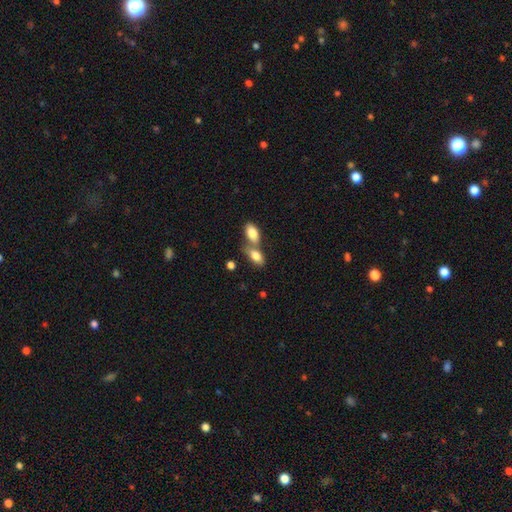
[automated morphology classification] Smooth or featured? smooth (81%)
How rounded? in between (90%)
Merging? merger (56%)